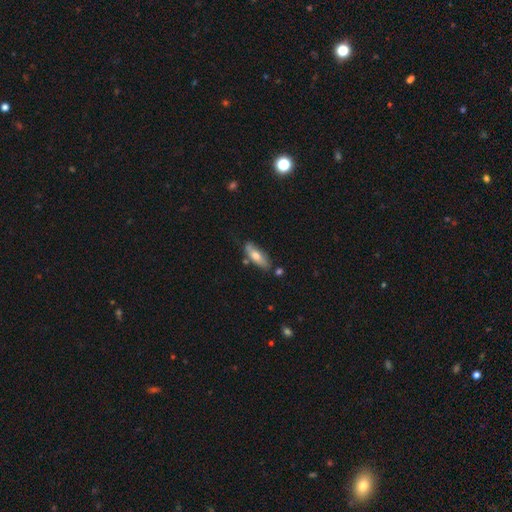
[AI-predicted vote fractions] Smooth or featured? smooth (68%)
How rounded? in between (62%)
Merging? none (70%)